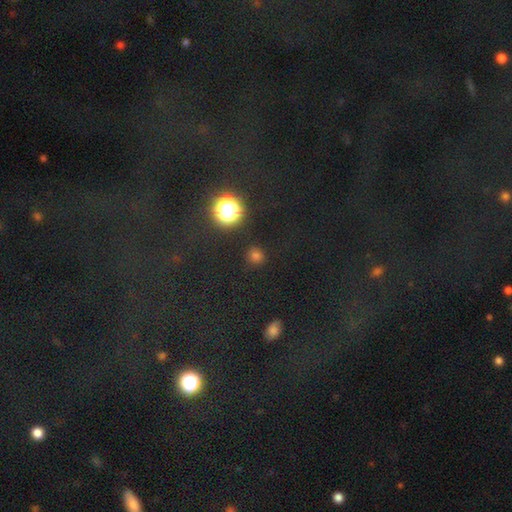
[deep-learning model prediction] Morphology: type=smooth (68%); roundness=round (92%); merging=none (88%).